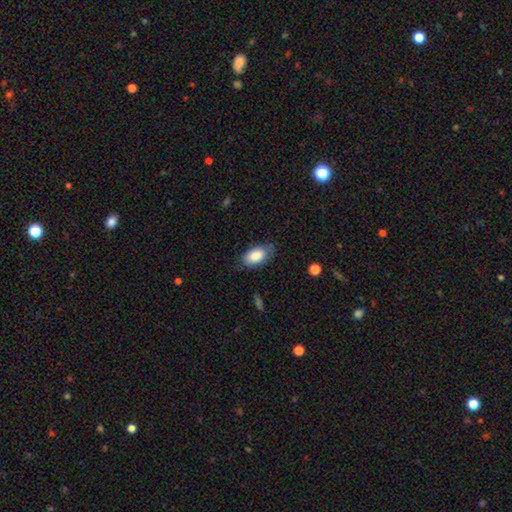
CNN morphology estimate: smooth_or_featured: smooth (p=0.84) [alt: featured or disk p=0.10]
how_rounded: in between (p=0.94) [alt: round p=0.04]
merging: none (p=0.72) [alt: minor disturbance p=0.22]